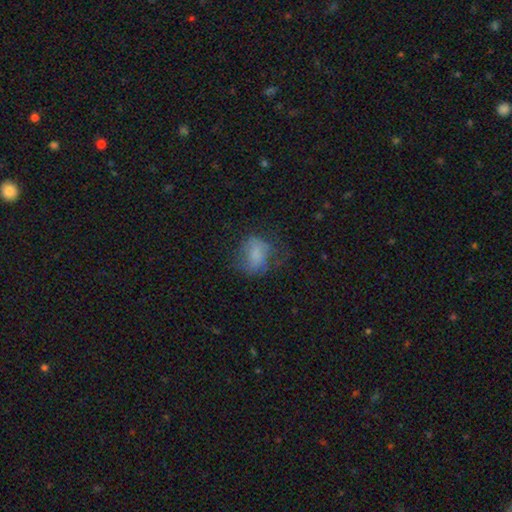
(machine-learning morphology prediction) smooth-or-featured: smooth: 68% | featured or disk: 20% | star or artifact: 12%
  how-rounded: in between: 60% | round: 38% | cigar-shaped: 2%
  merging: none: 52% | minor disturbance: 26% | major disturbance: 21% | merger: 2%